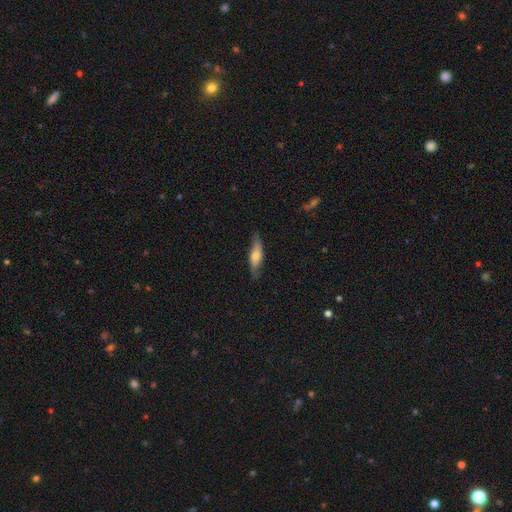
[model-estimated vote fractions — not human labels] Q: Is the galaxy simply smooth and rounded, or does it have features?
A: smooth — 58%.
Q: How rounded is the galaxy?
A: cigar-shaped — 56%.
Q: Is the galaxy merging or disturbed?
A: none — 75%.